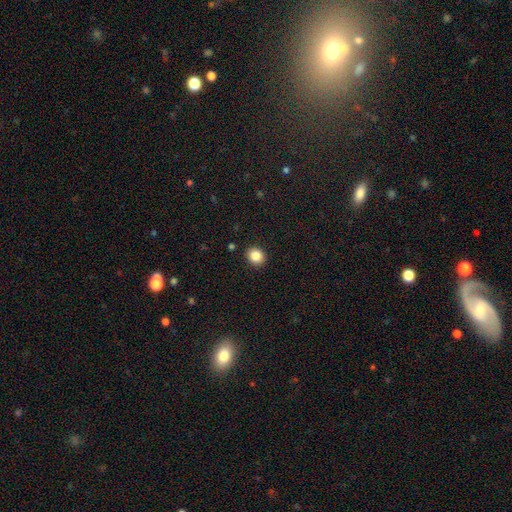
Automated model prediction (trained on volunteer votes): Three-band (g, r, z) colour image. It shows a smooth galaxy with no disk features (85%) that is round (72%). Merging: none (91%).